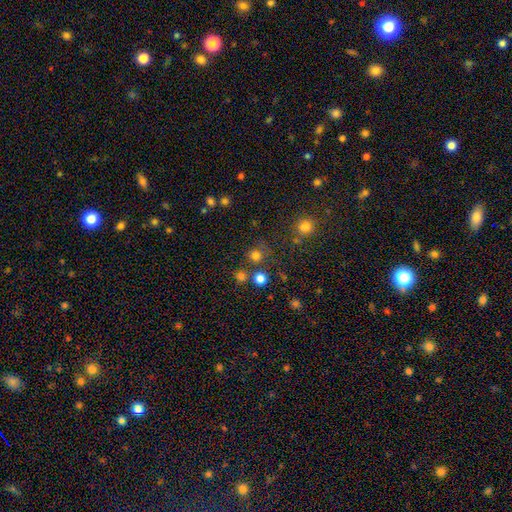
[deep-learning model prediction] smooth 74%, star or artifact 20%, featured or disk 6%. Down the decision tree: how rounded — round (91%); merging — none (74%).